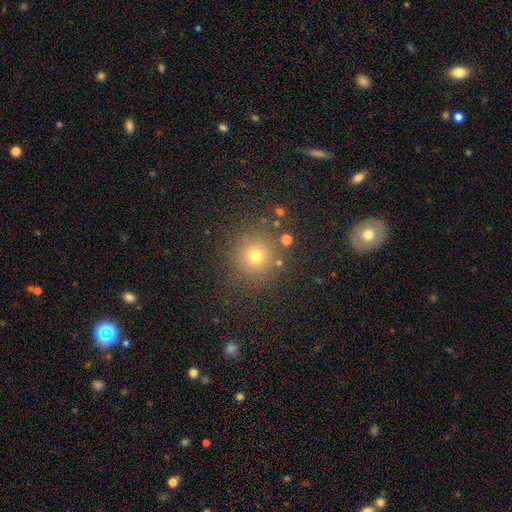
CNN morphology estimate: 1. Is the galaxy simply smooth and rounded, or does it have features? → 72% smooth, 20% star or artifact, 8% featured or disk.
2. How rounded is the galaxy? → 93% round, 6% in between, 1% cigar-shaped.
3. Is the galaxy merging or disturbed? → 86% none, 7% minor disturbance, 3% merger, 3% major disturbance.